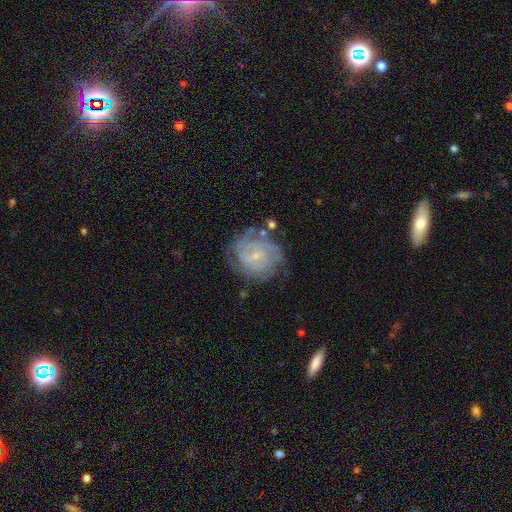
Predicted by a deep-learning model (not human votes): Overall: featured or disk (80%). Edge-on disk: no (98%). Bar: no (49%; weak 43%). Spiral arms: yes (92%). Spiral arm count: can't tell (39%; 2 18%). Spiral winding: tight (71%). Bulge size: small (79%). Merging: none (68%).